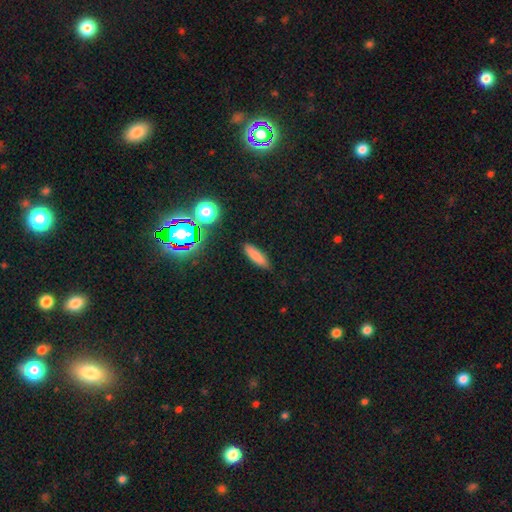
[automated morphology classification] smooth-or-featured: smooth: 79% | star or artifact: 12% | featured or disk: 8%
  how-rounded: cigar-shaped: 61% | in between: 36% | round: 3%
  merging: none: 87% | minor disturbance: 9% | major disturbance: 2% | merger: 2%